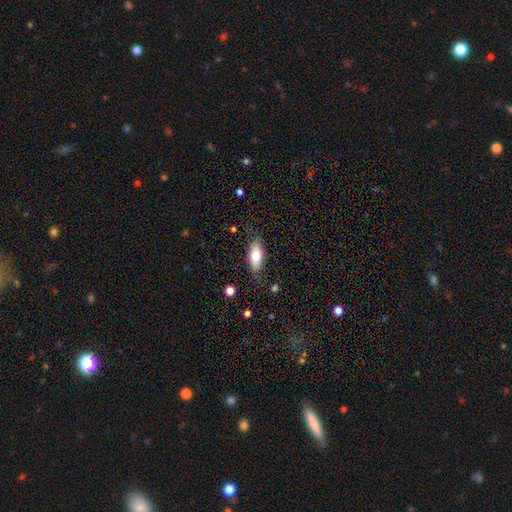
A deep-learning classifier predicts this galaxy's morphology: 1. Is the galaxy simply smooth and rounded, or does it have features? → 71% smooth, 22% featured or disk, 7% star or artifact.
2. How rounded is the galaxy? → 80% in between, 17% cigar-shaped, 3% round.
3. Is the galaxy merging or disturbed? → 81% none, 15% minor disturbance, 3% major disturbance, 1% merger.